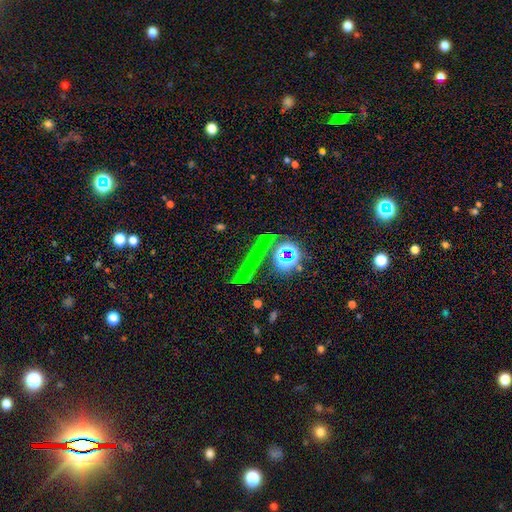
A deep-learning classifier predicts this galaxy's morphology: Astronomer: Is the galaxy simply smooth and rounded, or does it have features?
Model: star or artifact — 49% (runner-up: featured or disk, 27%).